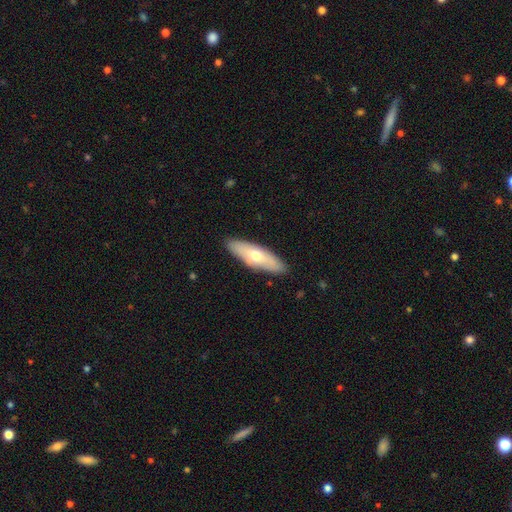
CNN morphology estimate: Smooth or featured? Predicted: smooth (p=0.55). How rounded? Predicted: in between (p=0.53). Merging? Predicted: none (p=0.88).